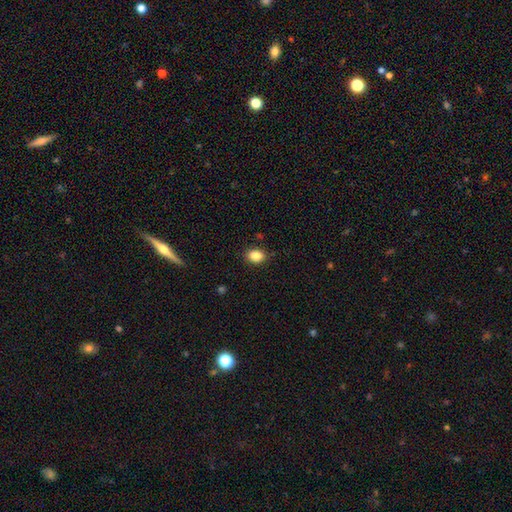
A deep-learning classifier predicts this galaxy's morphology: Smooth or featured?
  - smooth: 86% *
  - star or artifact: 9%
  - featured or disk: 4%
How rounded?
  - in between: 68% *
  - round: 31%
  - cigar-shaped: 1%
Merging?
  - none: 86% *
  - minor disturbance: 10%
  - major disturbance: 2%
  - merger: 1%